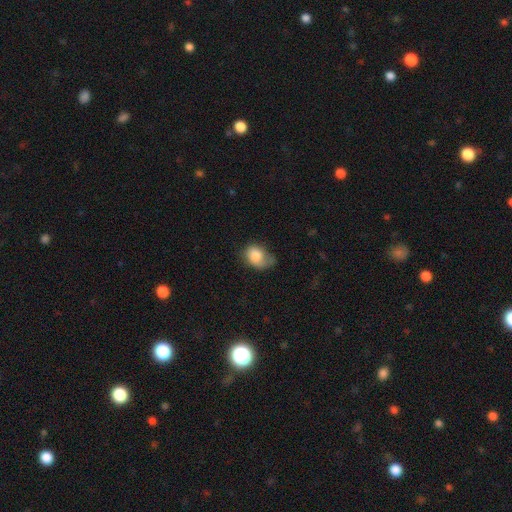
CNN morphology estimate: Smooth or featured?
  - smooth: 76% *
  - featured or disk: 16%
  - star or artifact: 8%
How rounded?
  - in between: 66% *
  - round: 33%
  - cigar-shaped: 1%
Merging?
  - minor disturbance: 36% *
  - none: 32%
  - major disturbance: 28%
  - merger: 4%